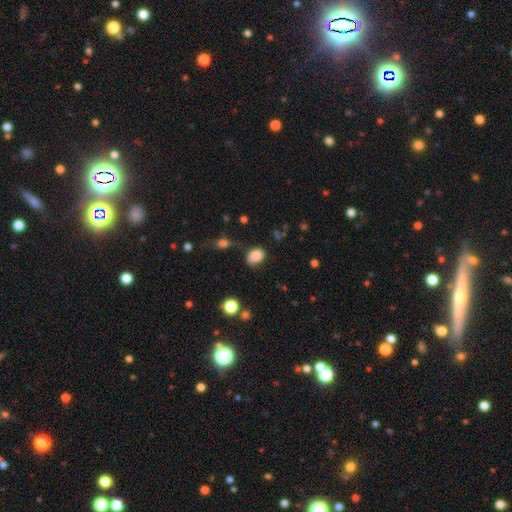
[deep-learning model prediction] The model was most divided on "merging": none: 65%, minor disturbance: 24%, major disturbance: 8%, merger: 4%. More confident: smooth or featured — smooth (83%); how rounded — in between (71%).